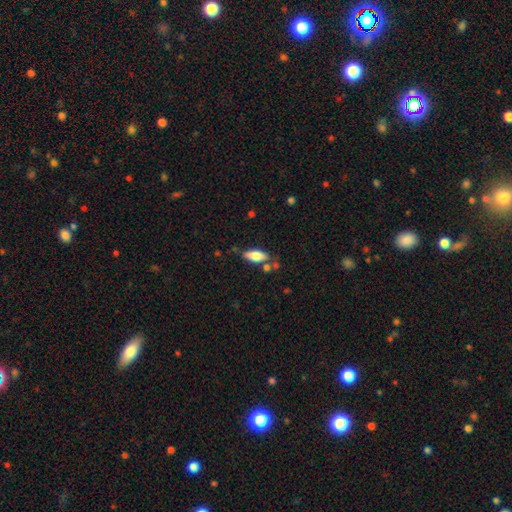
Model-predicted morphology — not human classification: The model was most divided on "smooth or featured": smooth: 73%, featured or disk: 20%, star or artifact: 7%. More confident: how rounded — in between (78%); merging — none (70%).